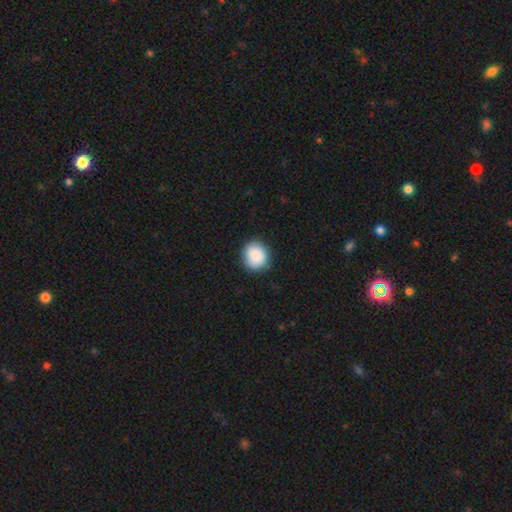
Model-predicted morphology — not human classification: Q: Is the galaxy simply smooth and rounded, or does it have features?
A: smooth — 87%.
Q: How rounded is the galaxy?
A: round — 82%.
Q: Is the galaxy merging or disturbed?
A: none — 87%.